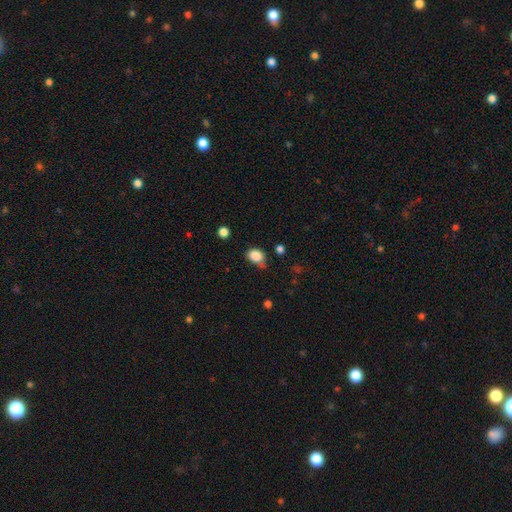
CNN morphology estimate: type=smooth (85%); roundness=in between (63%); merging=none (52%).